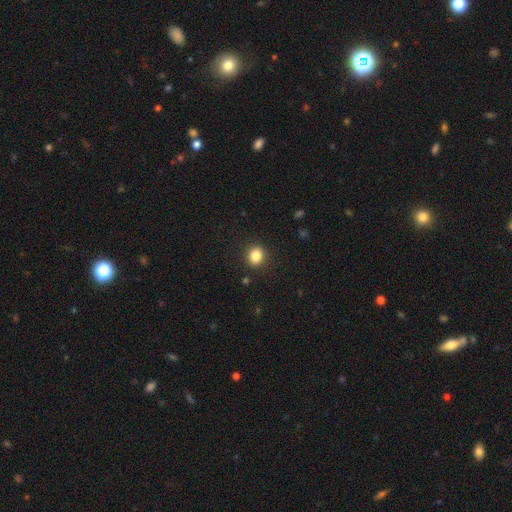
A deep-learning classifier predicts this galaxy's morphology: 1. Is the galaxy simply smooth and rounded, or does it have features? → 84% smooth, 11% star or artifact, 5% featured or disk.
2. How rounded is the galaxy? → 65% round, 34% in between, 1% cigar-shaped.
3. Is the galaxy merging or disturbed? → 90% none, 7% minor disturbance, 2% major disturbance, 1% merger.